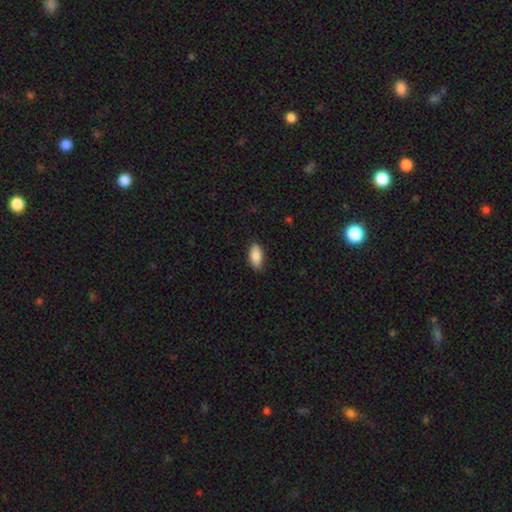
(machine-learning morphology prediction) smooth_or_featured: smooth (p=0.86) [alt: featured or disk p=0.08]
how_rounded: in between (p=0.90) [alt: cigar-shaped p=0.07]
merging: none (p=0.87) [alt: minor disturbance p=0.10]